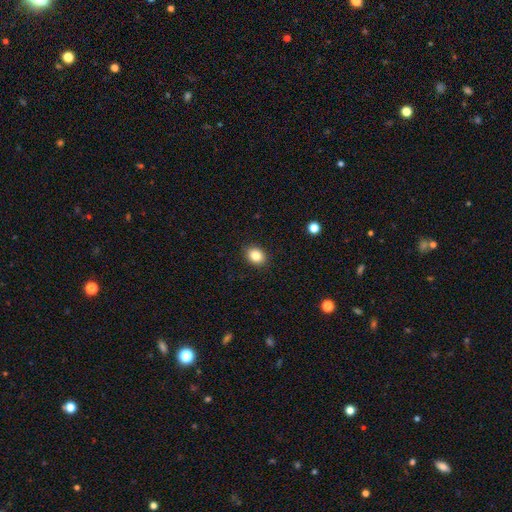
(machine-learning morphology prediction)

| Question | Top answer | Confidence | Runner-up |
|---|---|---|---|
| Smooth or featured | smooth | 85% | star or artifact (10%) |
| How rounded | in between | 56% | round (43%) |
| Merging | none | 90% | minor disturbance (7%) |